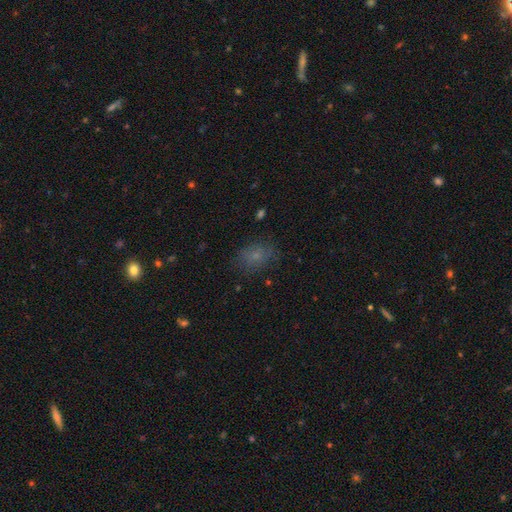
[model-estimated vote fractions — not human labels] Smooth or featured? Predicted: smooth (p=0.68). How rounded? Predicted: in between (p=0.67). Merging? Predicted: none (p=0.73).